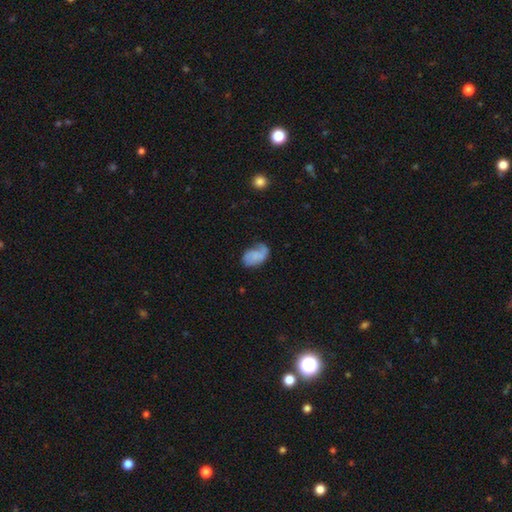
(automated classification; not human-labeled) Morphology: type=smooth (56%); roundness=in between (89%); merging=none (39%).